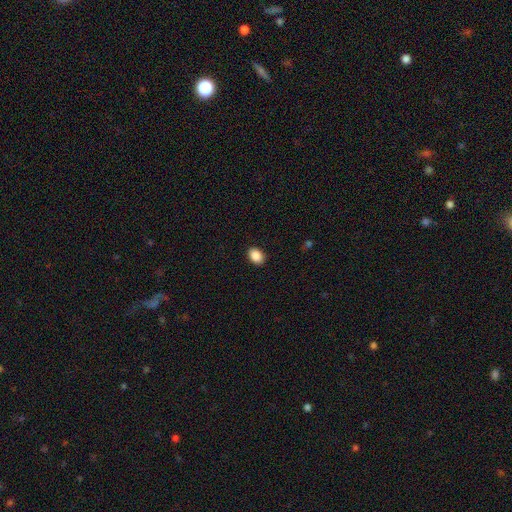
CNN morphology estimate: smooth 89%, star or artifact 8%, featured or disk 3%. Down the decision tree: how rounded — in between (71%); merging — none (90%).